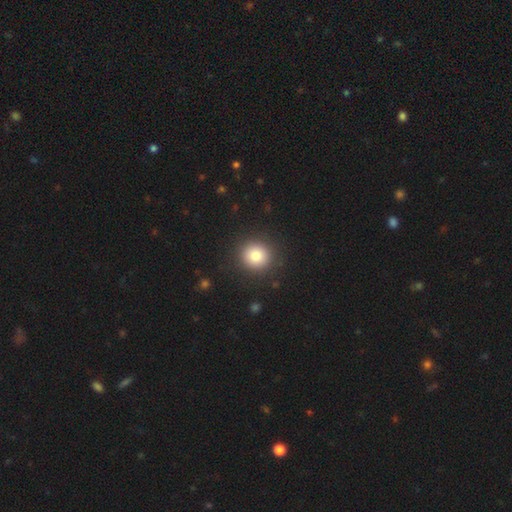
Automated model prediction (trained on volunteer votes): smooth-or-featured: smooth: 83% | star or artifact: 10% | featured or disk: 7%
  how-rounded: round: 91% | in between: 8% | cigar-shaped: 1%
  merging: none: 90% | minor disturbance: 6% | major disturbance: 3% | merger: 1%